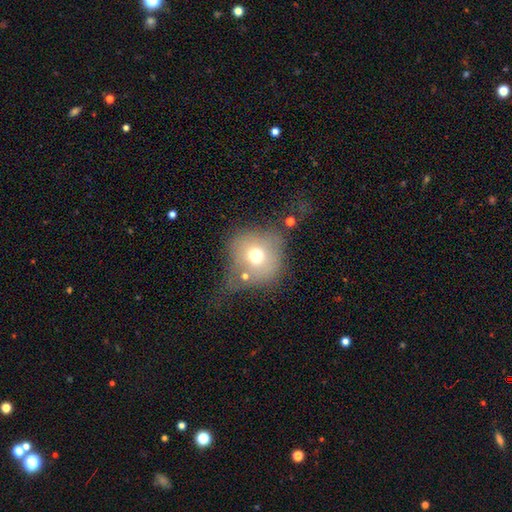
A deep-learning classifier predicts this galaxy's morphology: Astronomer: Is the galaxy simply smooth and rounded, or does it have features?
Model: smooth — 58%.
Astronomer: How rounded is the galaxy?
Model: round — 83%.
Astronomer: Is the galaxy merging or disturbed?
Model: none — 42% (runner-up: minor disturbance, 26%).